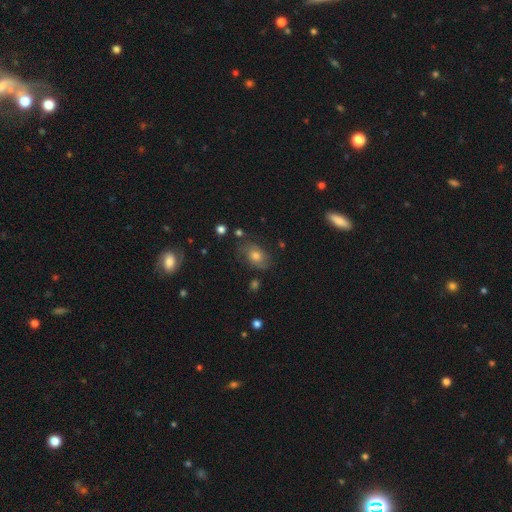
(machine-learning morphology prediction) Smooth or featured?
  - smooth: 49% *
  - featured or disk: 34%
  - star or artifact: 17%
Merging?
  - none: 69% *
  - minor disturbance: 20%
  - major disturbance: 8%
  - merger: 3%